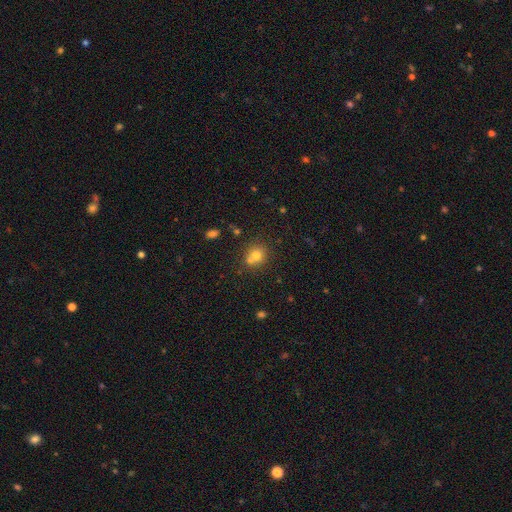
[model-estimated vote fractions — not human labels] smooth 73%, star or artifact 14%, featured or disk 12%. Down the decision tree: how rounded — round (80%); merging — none (52%).